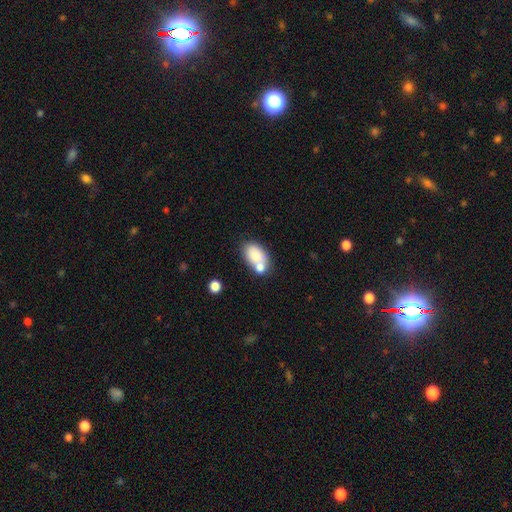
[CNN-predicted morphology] The model was most divided on "merging": none: 42%, merger: 37%, minor disturbance: 15%, major disturbance: 6%. More confident: how rounded — in between (87%); smooth or featured — smooth (78%).